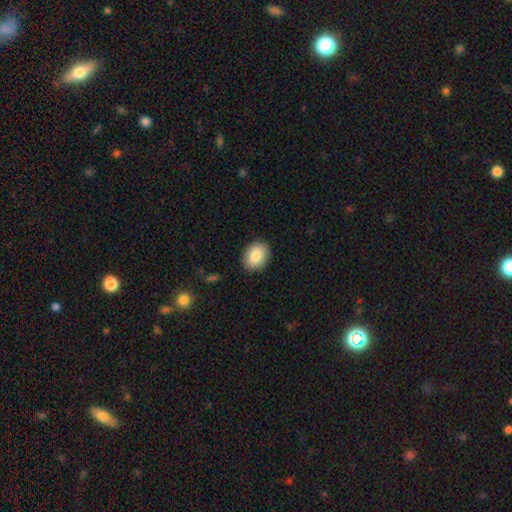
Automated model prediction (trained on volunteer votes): This is clearly a smooth galaxy (86%). How rounded: likely in between (69%). Merging: clearly none (89%).